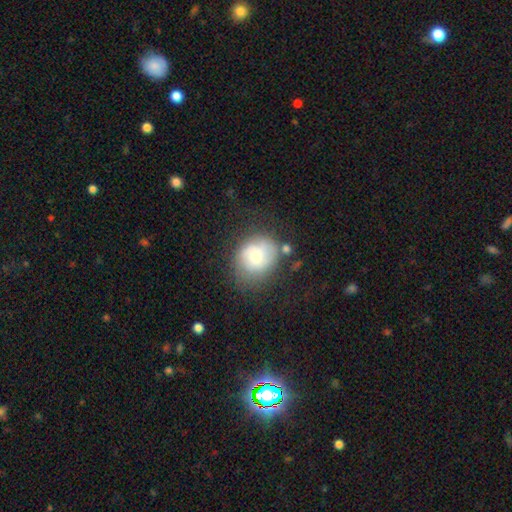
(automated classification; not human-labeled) The model was most divided on "smooth or featured": smooth: 51%, featured or disk: 40%, star or artifact: 8%. More confident: how rounded — round (68%); merging — none (63%).